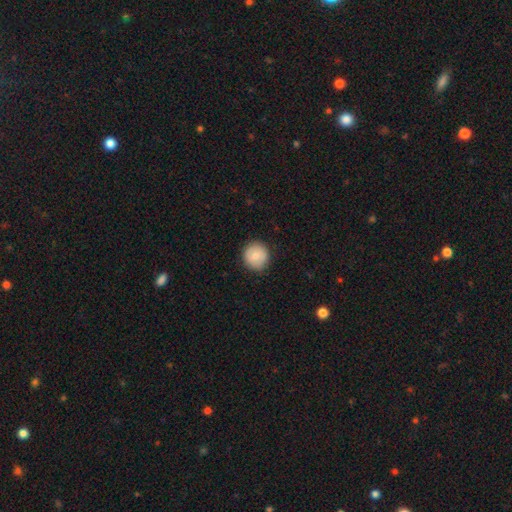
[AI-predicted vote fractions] smooth 78%, featured or disk 15%, star or artifact 7%. Down the decision tree: how rounded — round (93%); merging — none (88%).